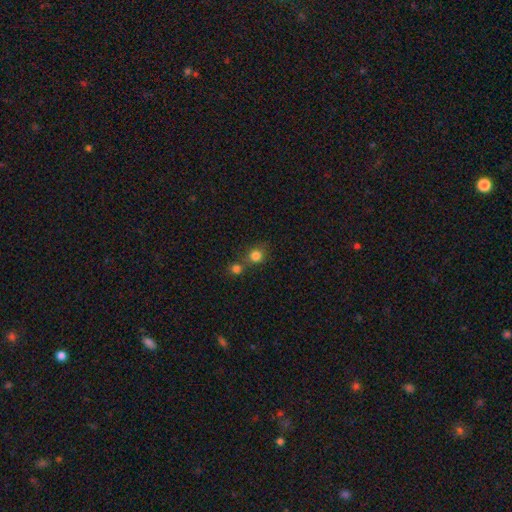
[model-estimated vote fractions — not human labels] This appears to be a smooth galaxy with no disk features (81%) that is round (85%). Merging: none (53%).